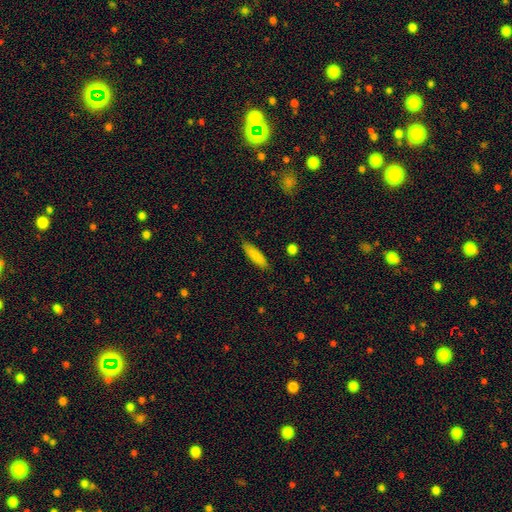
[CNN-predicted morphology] type=smooth (83%); roundness=cigar-shaped (69%); merging=none (84%).